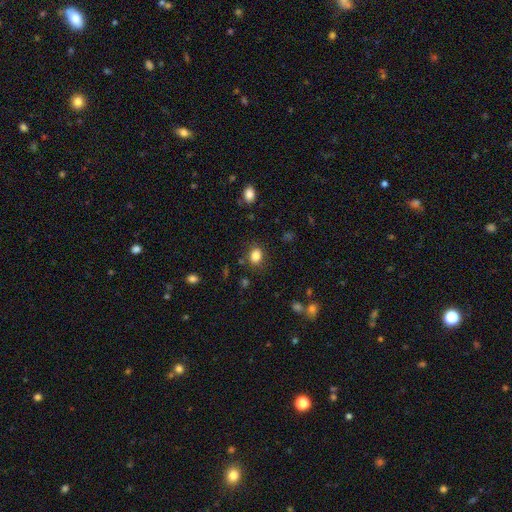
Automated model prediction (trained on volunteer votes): A smooth galaxy with no disk features (84%) that is in between round and cigar-shaped (54%).

Vote fractions:
- Smooth or featured? smooth: 84% / star or artifact: 11% / featured or disk: 5%
- How rounded? in between: 54% / round: 45% / cigar-shaped: 1%
- Merging? none: 82% / minor disturbance: 12% / major disturbance: 4% / merger: 2%